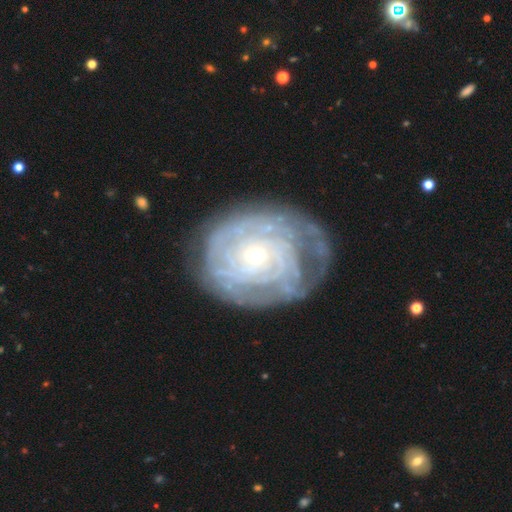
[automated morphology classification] featured or disk 84%, smooth 10%, star or artifact 6%. Down the decision tree: edge-on disk — no (97%); bar — no (78%); spiral arms — yes (92%); spiral arm count — can't tell (46%); spiral winding — tight (83%); bulge size — small (68%); merging — none (66%).